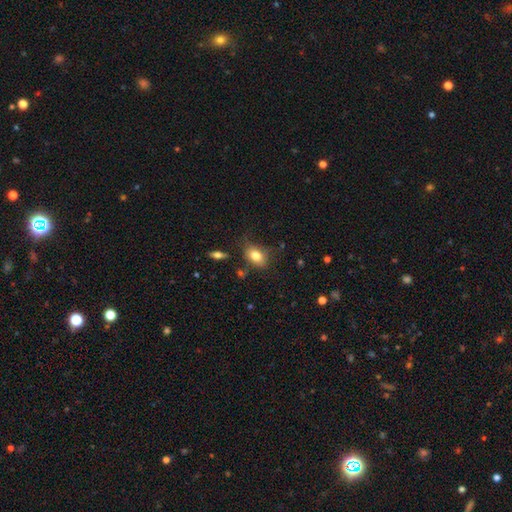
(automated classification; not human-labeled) A smooth galaxy with no disk features (79%) that is in between round and cigar-shaped (79%). Merging: none (67%).